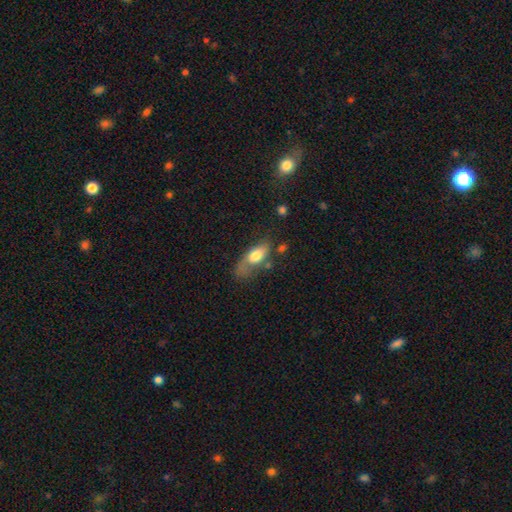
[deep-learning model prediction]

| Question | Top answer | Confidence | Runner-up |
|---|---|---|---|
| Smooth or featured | smooth | 69% | featured or disk (23%) |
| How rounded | in between | 81% | cigar-shaped (13%) |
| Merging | none | 37% | minor disturbance (29%) |